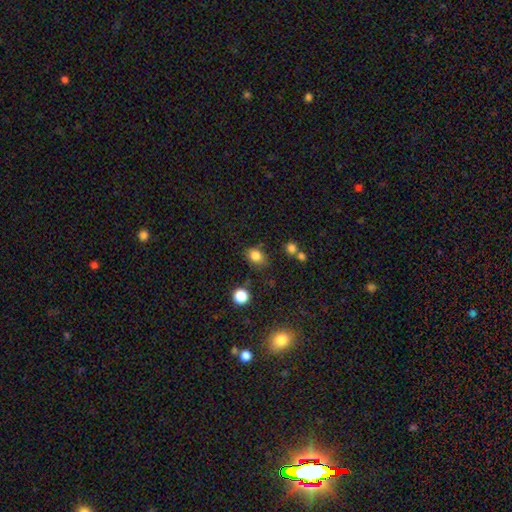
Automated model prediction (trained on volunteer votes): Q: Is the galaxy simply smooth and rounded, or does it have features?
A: smooth — 82%.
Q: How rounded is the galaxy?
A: in between — 57%.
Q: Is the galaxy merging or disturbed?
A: none — 74%.